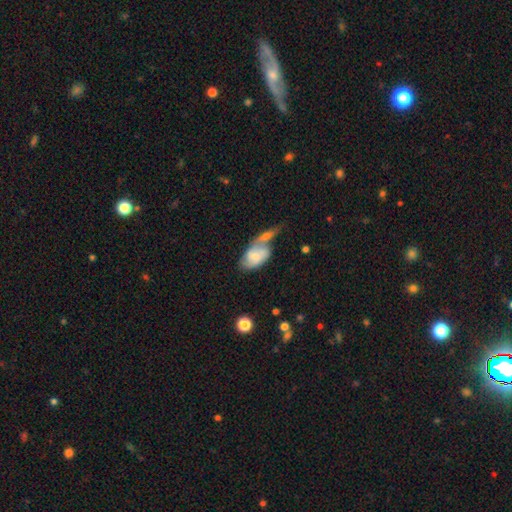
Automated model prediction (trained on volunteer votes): This is possibly a smooth galaxy (52%). How rounded: clearly in between (90%). Merging: possibly merger (56%).